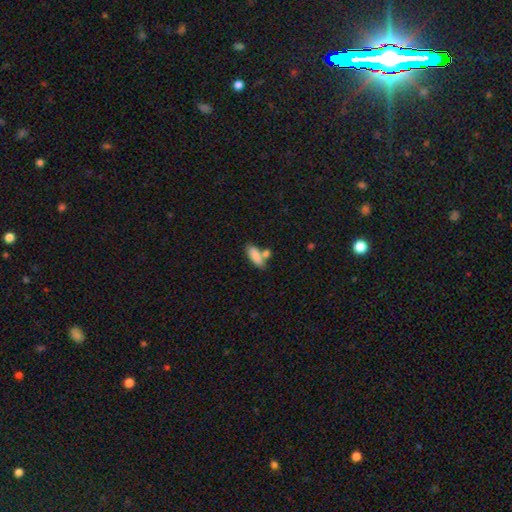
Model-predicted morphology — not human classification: Overall: smooth (84%). How rounded: in between (75%). Merging: none (54%; merger 28%).